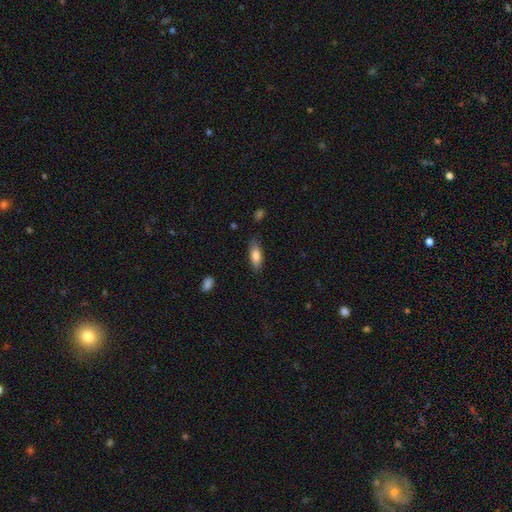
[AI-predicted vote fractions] smooth-or-featured: smooth: 79% | featured or disk: 14% | star or artifact: 7%
  how-rounded: in between: 69% | cigar-shaped: 29% | round: 2%
  merging: none: 79% | minor disturbance: 16% | major disturbance: 3% | merger: 1%